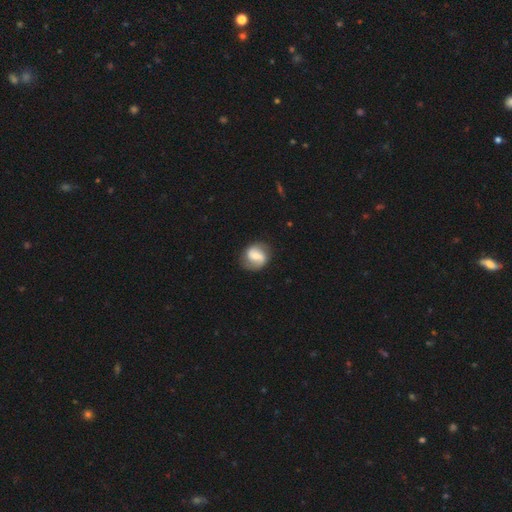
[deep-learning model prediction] The model was most divided on "spiral winding": medium: 41%, loose: 40%, tight: 19%. Remaining: edge-on disk — no (97%); spiral arms — yes (89%); spiral arm count — 2 (88%); merging — none (82%); smooth or featured — featured or disk (70%); bulge size — moderate (51%); bar — weak (46%).